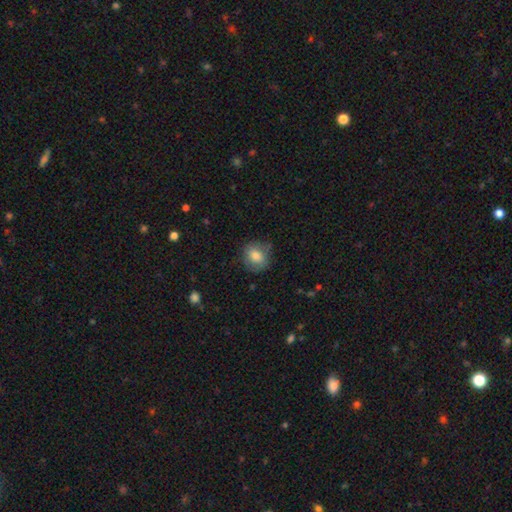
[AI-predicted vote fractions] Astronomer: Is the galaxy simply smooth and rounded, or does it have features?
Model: smooth — 75%.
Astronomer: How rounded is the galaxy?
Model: round — 69%.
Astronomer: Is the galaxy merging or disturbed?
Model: none — 71%.